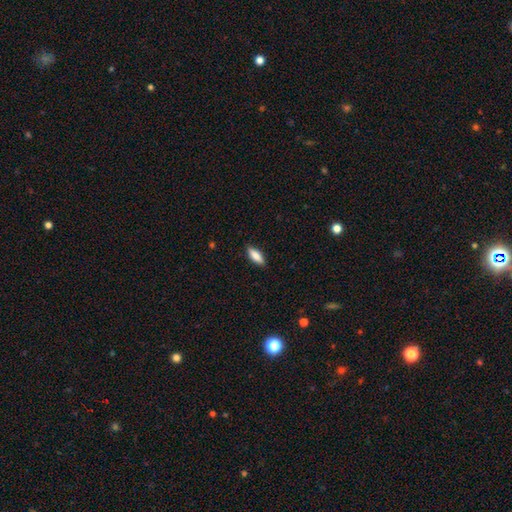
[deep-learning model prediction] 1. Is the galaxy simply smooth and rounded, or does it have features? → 83% smooth, 11% featured or disk, 6% star or artifact.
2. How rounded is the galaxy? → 63% in between, 35% cigar-shaped, 2% round.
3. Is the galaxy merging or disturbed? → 88% none, 9% minor disturbance, 2% major disturbance, 1% merger.